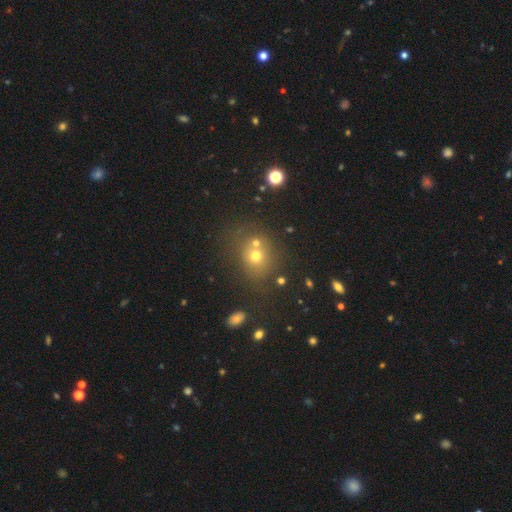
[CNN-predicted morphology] smooth 64%, star or artifact 21%, featured or disk 15%. Down the decision tree: how rounded — round (77%); merging — none (60%).